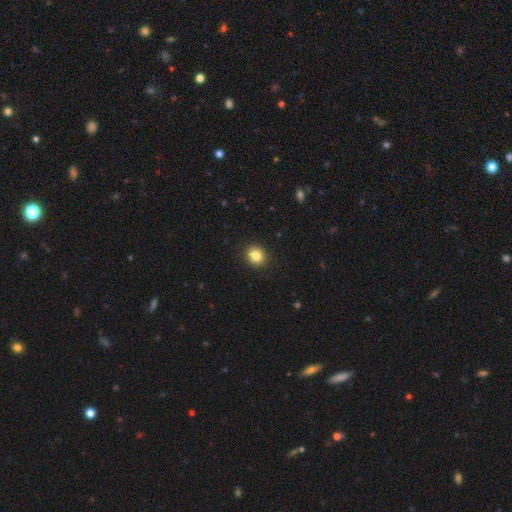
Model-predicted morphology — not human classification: smooth-or-featured: smooth: 84% | star or artifact: 10% | featured or disk: 6%
  how-rounded: round: 78% | in between: 21% | cigar-shaped: 1%
  merging: none: 92% | minor disturbance: 6% | major disturbance: 2% | merger: 1%